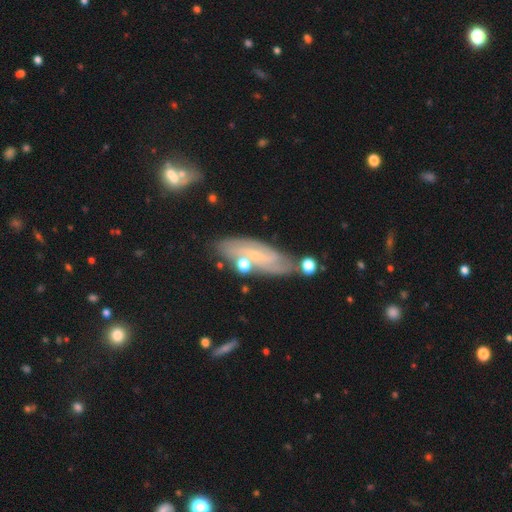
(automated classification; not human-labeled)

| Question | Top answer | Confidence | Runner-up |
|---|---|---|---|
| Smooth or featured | featured or disk | 69% | smooth (23%) |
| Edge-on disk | no | 83% | yes (17%) |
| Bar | no | 51% | weak (39%) |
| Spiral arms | yes | 85% | no (15%) |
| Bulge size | small | 74% | moderate (17%) |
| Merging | none | 73% | minor disturbance (16%) |